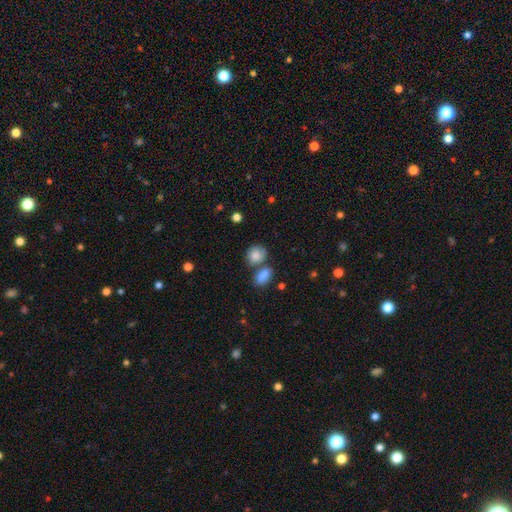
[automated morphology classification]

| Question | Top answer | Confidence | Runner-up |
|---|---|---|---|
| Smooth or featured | smooth | 82% | featured or disk (10%) |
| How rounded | round | 56% | in between (42%) |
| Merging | none | 47% | merger (31%) |